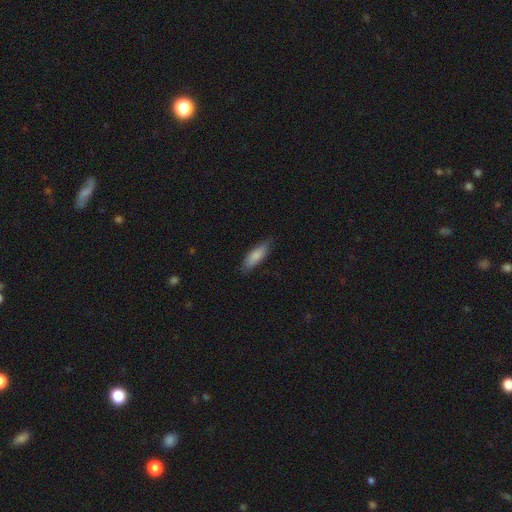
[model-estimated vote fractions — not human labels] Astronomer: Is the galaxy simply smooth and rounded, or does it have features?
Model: smooth — 83%.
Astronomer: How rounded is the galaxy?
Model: in between — 51% (runner-up: cigar-shaped, 47%).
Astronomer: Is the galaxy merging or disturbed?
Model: none — 81%.